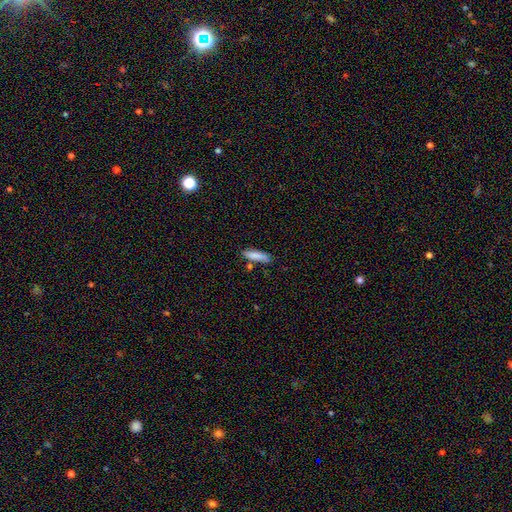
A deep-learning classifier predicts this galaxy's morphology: smooth_or_featured: smooth (p=0.83) [alt: featured or disk p=0.11]
how_rounded: cigar-shaped (p=0.72) [alt: in between p=0.26]
merging: none (p=0.75) [alt: minor disturbance p=0.14]